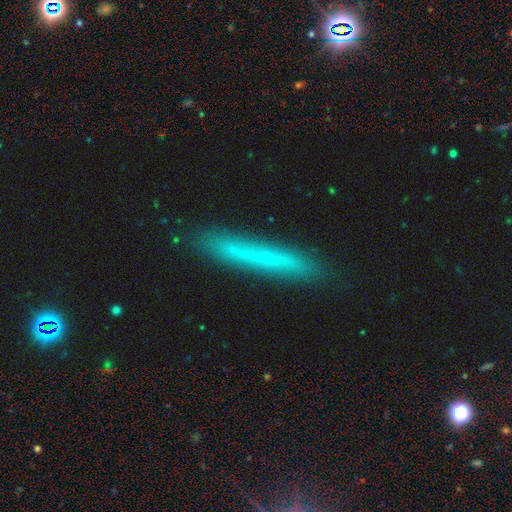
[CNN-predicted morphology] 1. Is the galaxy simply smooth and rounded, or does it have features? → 50% smooth, 41% featured or disk, 9% star or artifact.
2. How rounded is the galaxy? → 95% cigar-shaped, 3% in between, 1% round.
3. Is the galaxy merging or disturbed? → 82% none, 13% minor disturbance, 3% major disturbance, 2% merger.